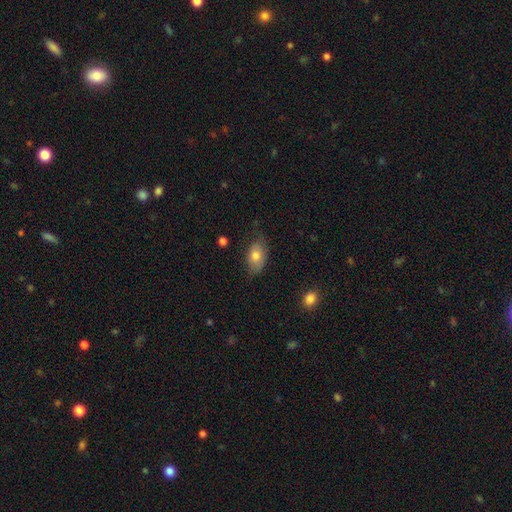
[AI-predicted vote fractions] A smooth galaxy with no disk features (74%) that is in between round and cigar-shaped (90%).

Vote fractions:
- Smooth or featured? smooth: 74% / featured or disk: 19% / star or artifact: 7%
- How rounded? in between: 90% / round: 8% / cigar-shaped: 2%
- Merging? none: 67% / minor disturbance: 26% / major disturbance: 6% / merger: 1%